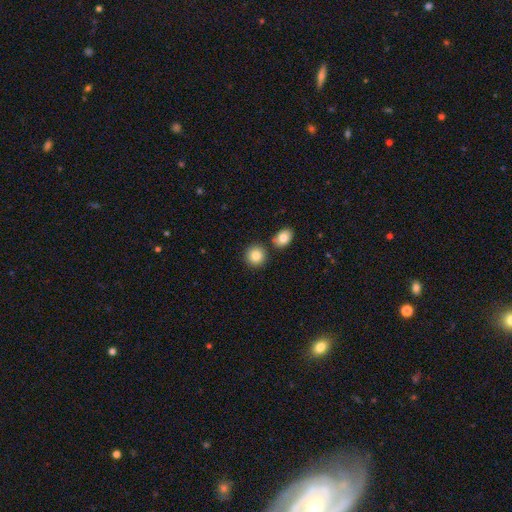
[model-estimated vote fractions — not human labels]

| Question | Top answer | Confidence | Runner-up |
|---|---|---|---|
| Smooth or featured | smooth | 83% | star or artifact (9%) |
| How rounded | round | 87% | in between (12%) |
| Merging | none | 79% | merger (11%) |